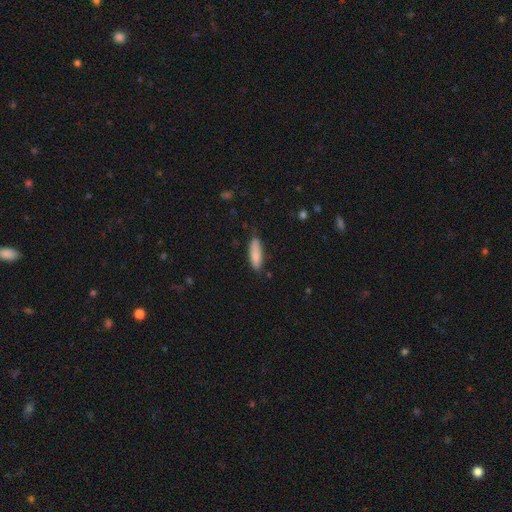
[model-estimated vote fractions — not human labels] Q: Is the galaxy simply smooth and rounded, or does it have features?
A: smooth — 83%.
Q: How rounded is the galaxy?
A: cigar-shaped — 56%.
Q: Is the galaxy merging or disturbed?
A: none — 79%.